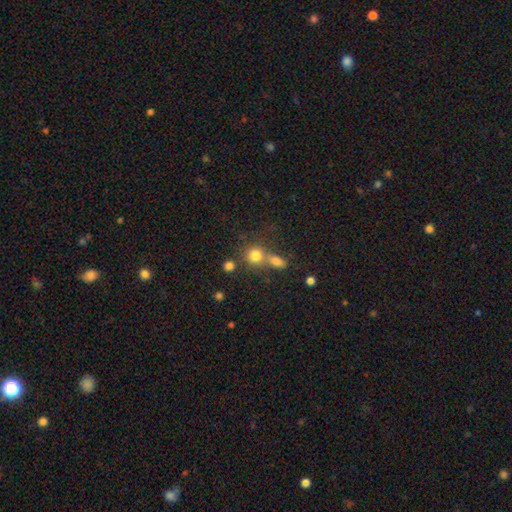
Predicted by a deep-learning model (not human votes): Q: Smooth or featured?
A: smooth (79%); runner-up: star or artifact (12%)
Q: How rounded?
A: round (83%); runner-up: in between (15%)
Q: Merging?
A: none (49%); runner-up: merger (39%)